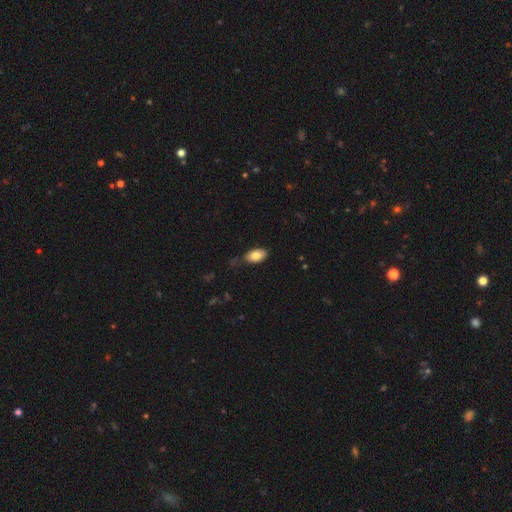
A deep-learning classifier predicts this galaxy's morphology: A smooth galaxy with no disk features (81%) that is in between round and cigar-shaped (92%). Merging: none (69%).